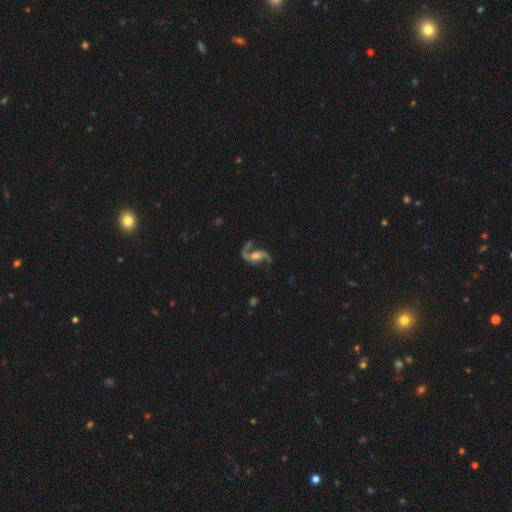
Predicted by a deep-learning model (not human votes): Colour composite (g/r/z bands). It shows a featured or disk galaxy (92%) with no bar (45%), 2 (93%) loose (61%) spiral arms (98%) and a moderate central bulge (50%). Merging: none (71%).